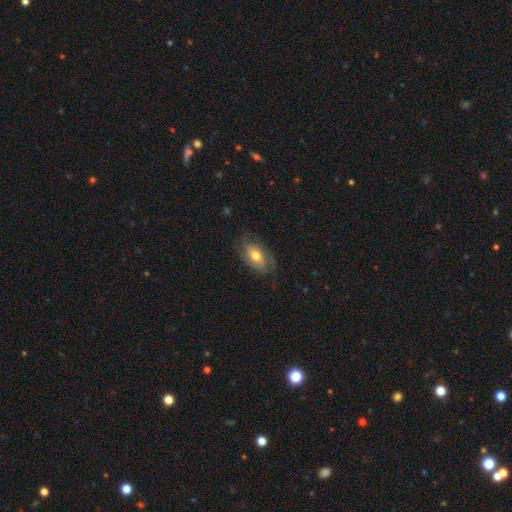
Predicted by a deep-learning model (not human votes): This appears to be a smooth galaxy with no disk features (55%) that is in between round and cigar-shaped (88%). Merging: none (70%).